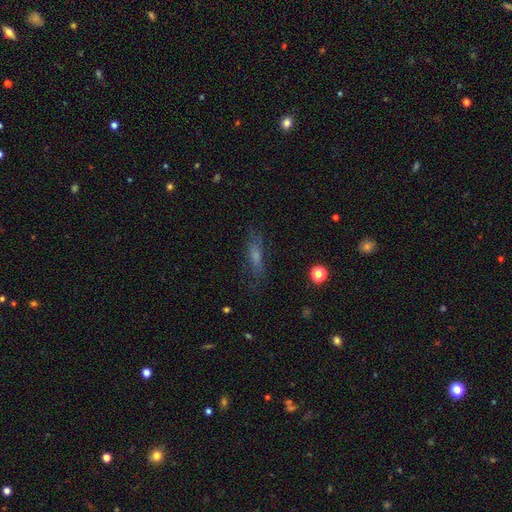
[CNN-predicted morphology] The model was most divided on "smooth or featured": smooth: 51%, featured or disk: 33%, star or artifact: 15%. More confident: merging — none (71%); how rounded — cigar-shaped (57%).